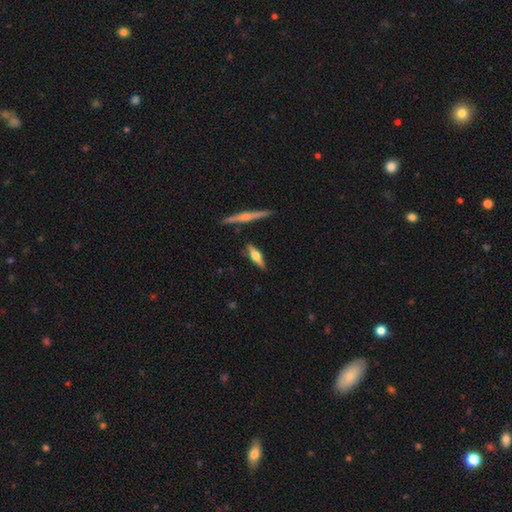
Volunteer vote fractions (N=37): Volunteers were most divided on "smooth or featured": featured or disk: 62%, smooth: 32%, star or artifact: 5%. More confident: edge-on disk — yes (100%); edge-on bulge — rounded (96%); merging — none (86%).